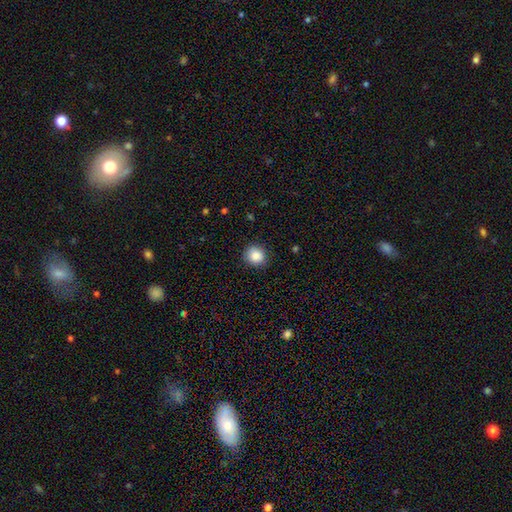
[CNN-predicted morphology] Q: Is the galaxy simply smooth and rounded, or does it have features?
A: smooth — 87%.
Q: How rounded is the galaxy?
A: round — 86%.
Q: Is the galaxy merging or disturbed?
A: none — 87%.